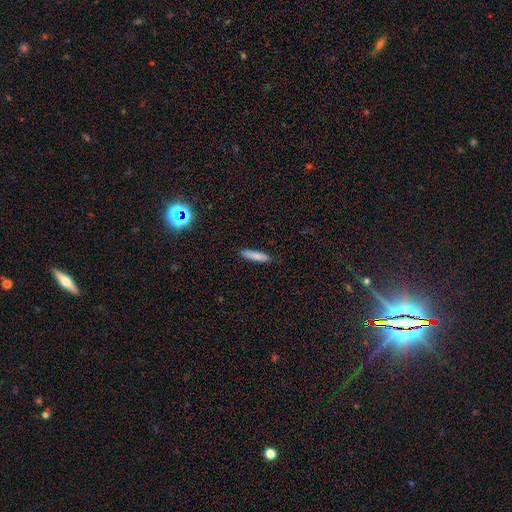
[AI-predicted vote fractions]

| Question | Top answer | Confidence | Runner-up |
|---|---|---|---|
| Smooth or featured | smooth | 83% | featured or disk (10%) |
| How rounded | cigar-shaped | 79% | in between (19%) |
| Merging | none | 87% | minor disturbance (10%) |